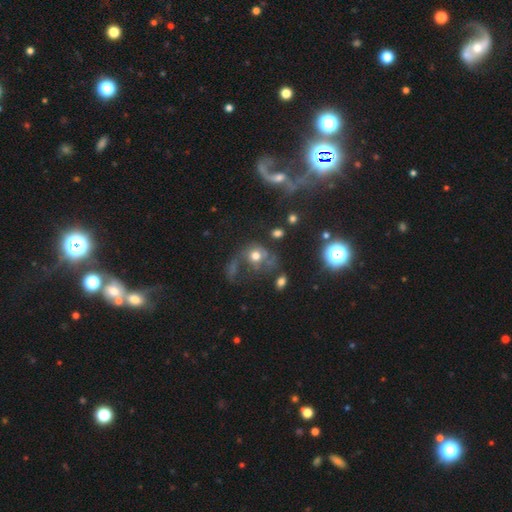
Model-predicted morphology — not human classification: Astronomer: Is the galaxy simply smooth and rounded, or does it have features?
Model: smooth — 49% (runner-up: featured or disk, 33%).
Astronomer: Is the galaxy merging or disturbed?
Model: major disturbance — 42% (runner-up: none, 27%).